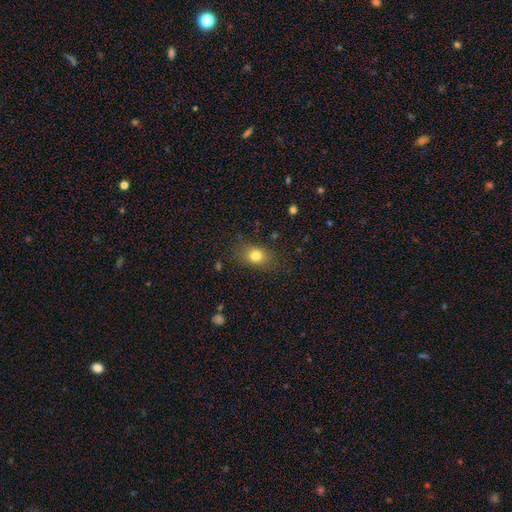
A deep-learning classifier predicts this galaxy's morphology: Smooth or featured? Predicted: smooth (p=0.79). How rounded? Predicted: in between (p=0.63). Merging? Predicted: none (p=0.80).